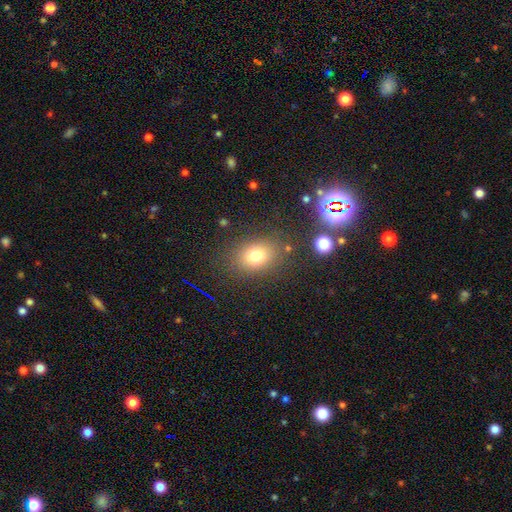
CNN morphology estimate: Overall: smooth (74%). How rounded: in between (58%; round 41%). Merging: none (81%).